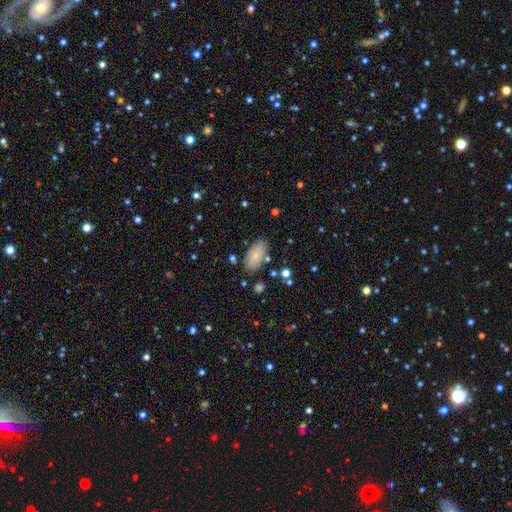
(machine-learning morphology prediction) This appears to be a smooth galaxy with no disk features (81%) that is in between round and cigar-shaped (93%). Merging: none (80%).